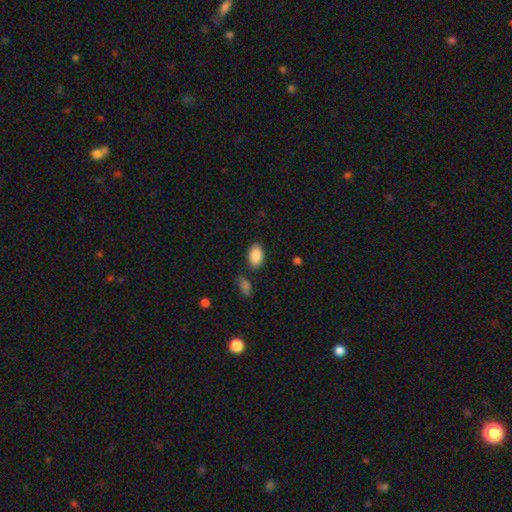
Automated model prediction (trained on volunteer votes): Overall: smooth (88%). How rounded: in between (92%). Merging: none (83%).